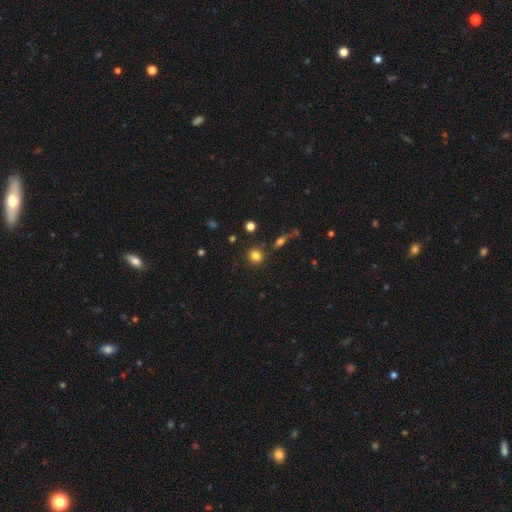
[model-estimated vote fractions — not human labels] Morphology: type=smooth (80%); roundness=round (87%); merging=none (80%).